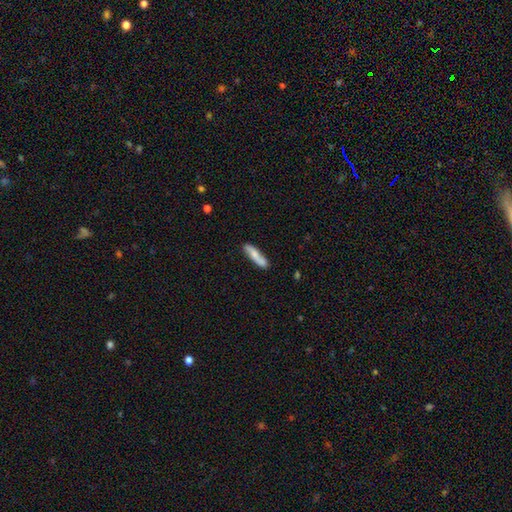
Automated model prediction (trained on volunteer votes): This is likely a smooth galaxy (65%). How rounded: likely cigar-shaped (77%). Merging: likely none (78%).